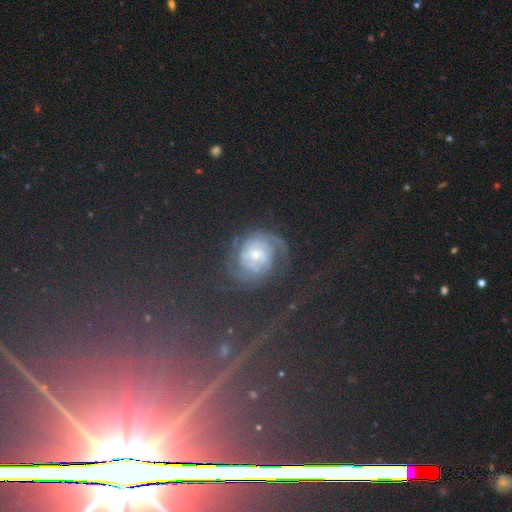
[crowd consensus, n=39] This is clearly a featured or disk galaxy (97%). It is clearly not viewed edge-on (100%). Bar: likely no (71%). Spiral arm pattern: clearly yes (100%). Spiral arm count: possibly 3 (53%). Spiral winding: likely tight (68%). Central bulge: likely small (71%). Merging: likely none (61%).